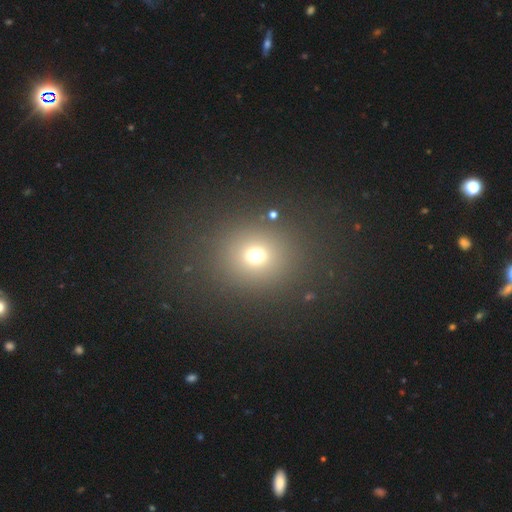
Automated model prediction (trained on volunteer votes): Morphology: type=smooth (70%); roundness=round (79%); merging=none (86%).